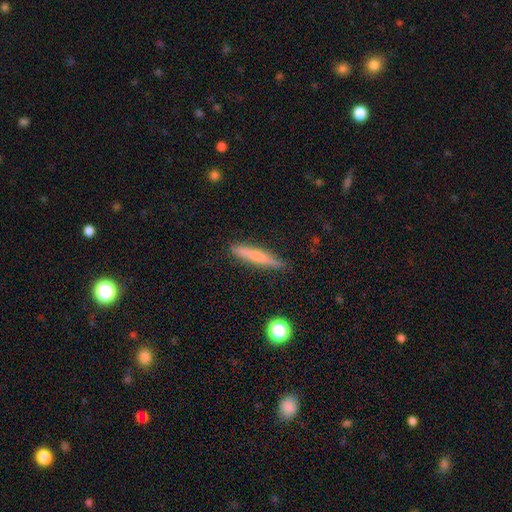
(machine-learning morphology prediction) Overall: smooth (64%; featured or disk 29%). How rounded: cigar-shaped (92%). Merging: none (87%).